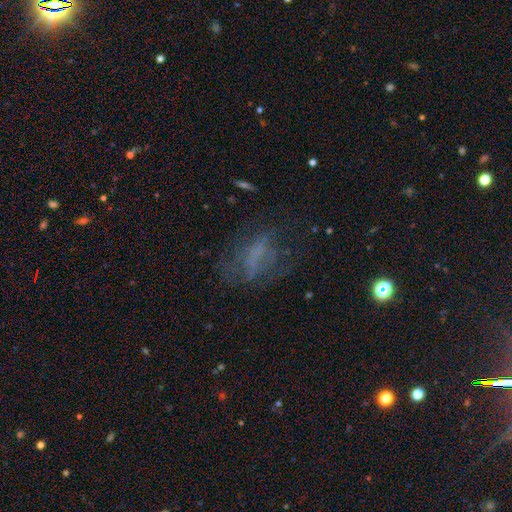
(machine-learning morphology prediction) featured or disk 38% (tied), smooth 38% (tied), star or artifact 24%. Down the decision tree: merging — none (50%).